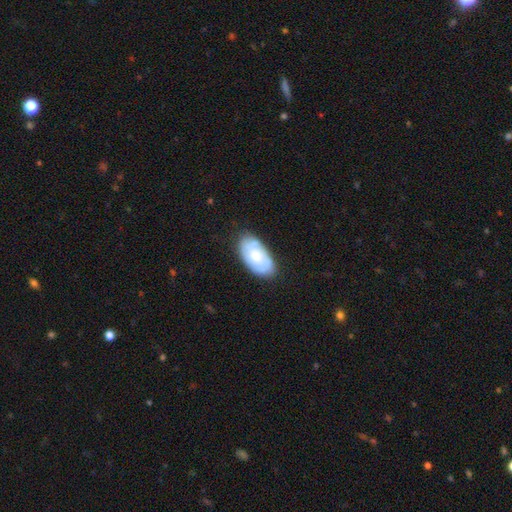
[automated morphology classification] A smooth galaxy with no disk features (47%).

Vote fractions:
- Smooth or featured? smooth: 47% / featured or disk: 46% / star or artifact: 6%
- Merging? none: 77% / minor disturbance: 17% / major disturbance: 4% / merger: 2%